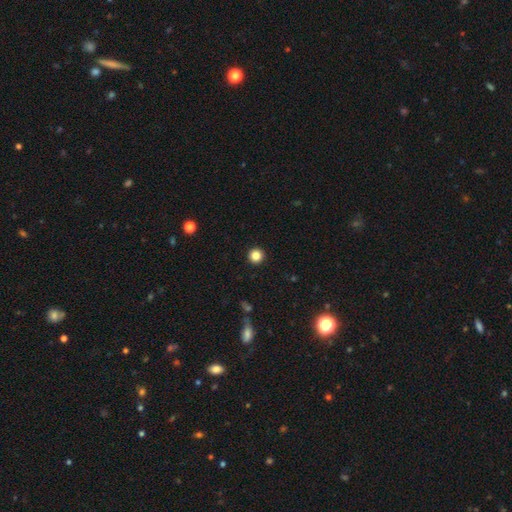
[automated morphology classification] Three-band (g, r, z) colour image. It shows a smooth galaxy with no disk features (85%) that is round (96%). Merging: none (94%).